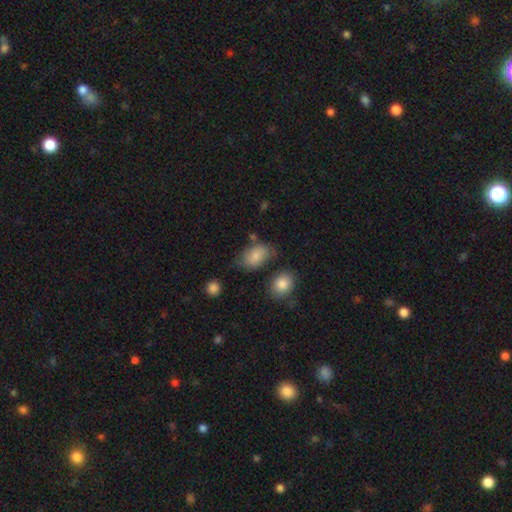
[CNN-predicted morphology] Overall: smooth (80%). How rounded: in between (88%). Merging: none (58%; minor disturbance 25%).